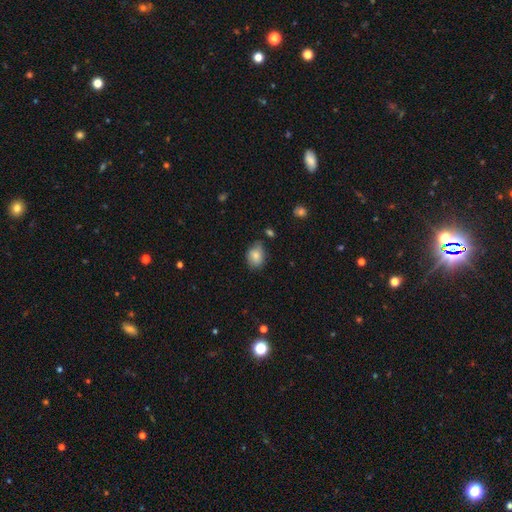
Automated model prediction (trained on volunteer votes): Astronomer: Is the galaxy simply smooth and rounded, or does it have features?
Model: smooth — 80%.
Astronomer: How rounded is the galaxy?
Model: in between — 67%.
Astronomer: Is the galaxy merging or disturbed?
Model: none — 69%.